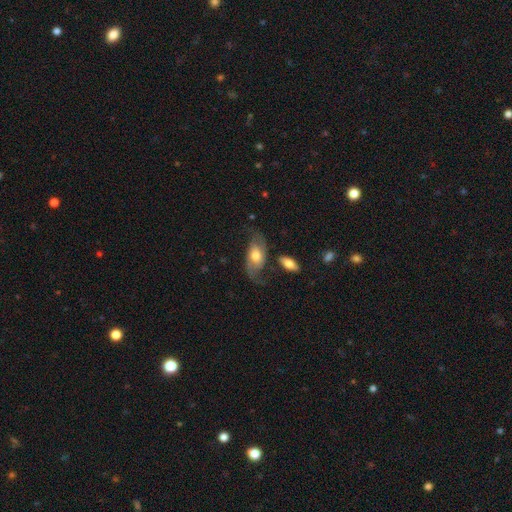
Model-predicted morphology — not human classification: Q: Smooth or featured?
A: featured or disk (67%); runner-up: smooth (26%)
Q: Edge-on disk?
A: no (93%); runner-up: yes (7%)
Q: Bar?
A: no (60%); runner-up: weak (31%)
Q: Spiral arms?
A: yes (90%); runner-up: no (10%)
Q: Spiral winding?
A: loose (69%); runner-up: medium (24%)
Q: Spiral arm count?
A: 2 (90%); runner-up: can't tell (4%)
Q: Bulge size?
A: moderate (65%); runner-up: large (17%)
Q: Merging?
A: none (58%); runner-up: minor disturbance (20%)